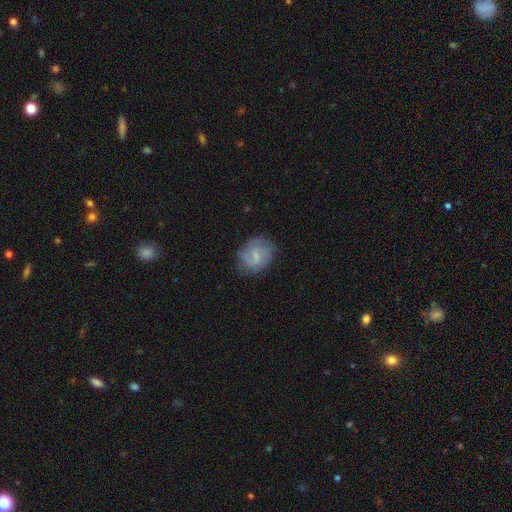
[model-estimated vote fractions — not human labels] A featured or disk galaxy (56%) with a weak bar (58%), spiral arms (82%) and a small central bulge (54%). Merging: none (70%).